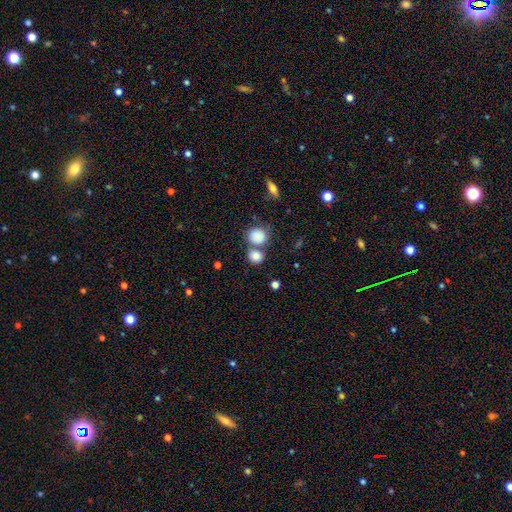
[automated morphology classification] Smooth or featured? smooth (84%)
How rounded? round (78%)
Merging? none (54%)